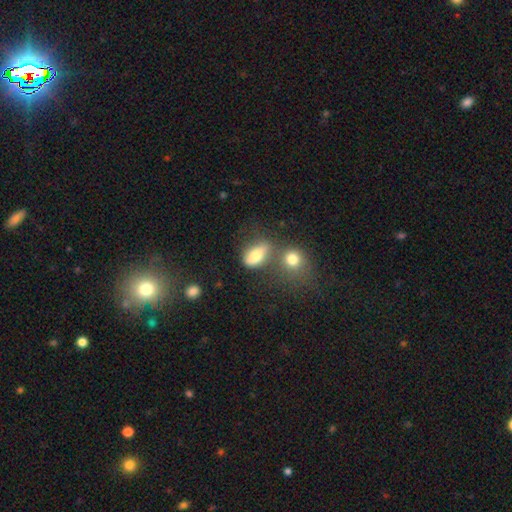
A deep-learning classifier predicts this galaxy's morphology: Overall: smooth (72%). How rounded: in between (78%). Merging: none (42%; merger 30%).